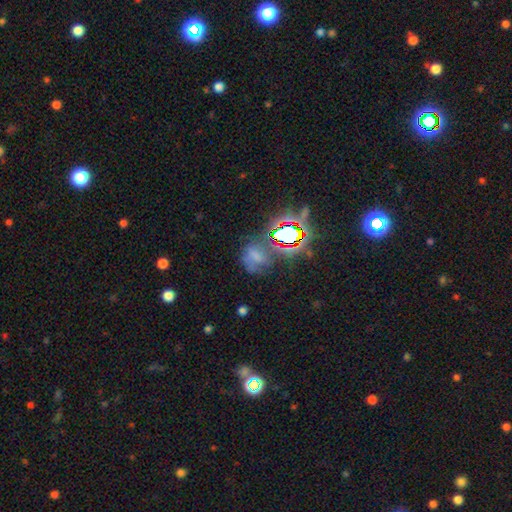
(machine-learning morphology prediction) smooth 40%, star or artifact 36%, featured or disk 24%. Down the decision tree: merging — none (45%).